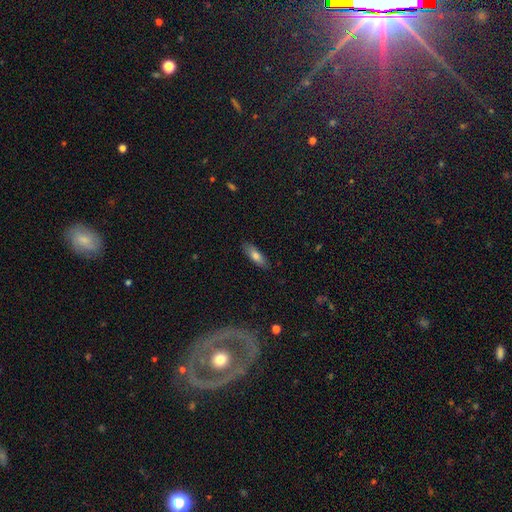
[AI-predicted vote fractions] Smooth or featured? Predicted: smooth (p=0.73). How rounded? Predicted: in between (p=0.56). Merging? Predicted: none (p=0.86).